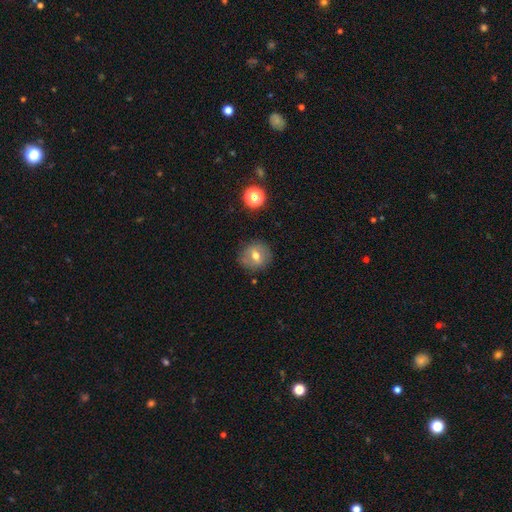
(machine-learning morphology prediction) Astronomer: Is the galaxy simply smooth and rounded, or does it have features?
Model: smooth — 58%.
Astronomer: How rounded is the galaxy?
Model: round — 82%.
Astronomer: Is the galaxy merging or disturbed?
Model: none — 82%.